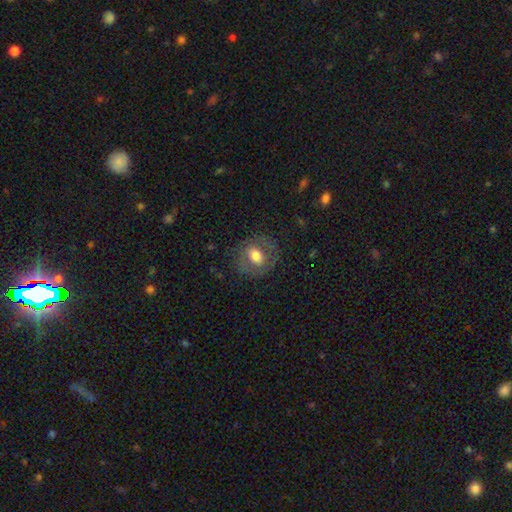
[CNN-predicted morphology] smooth 56%, featured or disk 35%, star or artifact 9%. Down the decision tree: how rounded — round (64%); merging — none (74%).